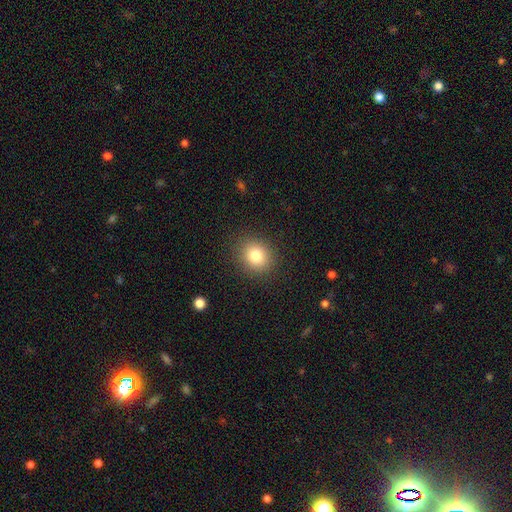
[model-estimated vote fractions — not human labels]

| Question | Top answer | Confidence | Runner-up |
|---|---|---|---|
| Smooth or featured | smooth | 81% | star or artifact (11%) |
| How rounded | round | 76% | in between (23%) |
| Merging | none | 89% | minor disturbance (7%) |